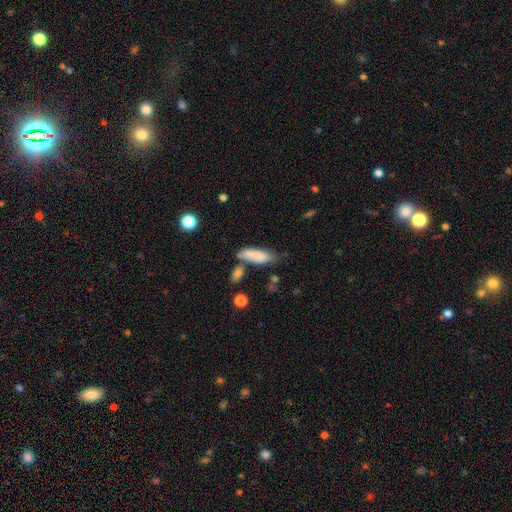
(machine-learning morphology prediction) smooth-or-featured: smooth: 80% | featured or disk: 13% | star or artifact: 7%
  how-rounded: in between: 55% | cigar-shaped: 43% | round: 2%
  merging: none: 45% | minor disturbance: 24% | merger: 21% | major disturbance: 10%